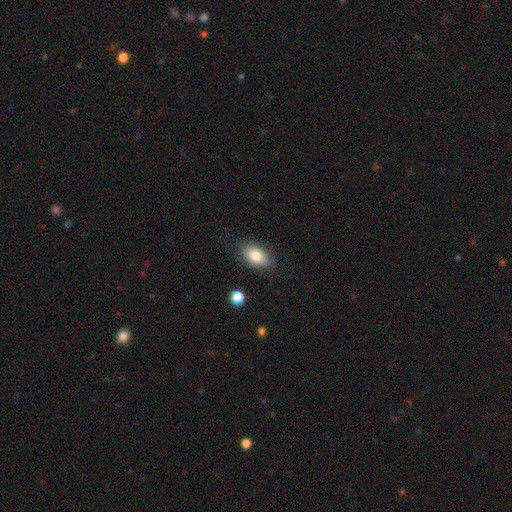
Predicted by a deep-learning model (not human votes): smooth 81%, featured or disk 11%, star or artifact 8%. Down the decision tree: how rounded — in between (90%); merging — none (78%).